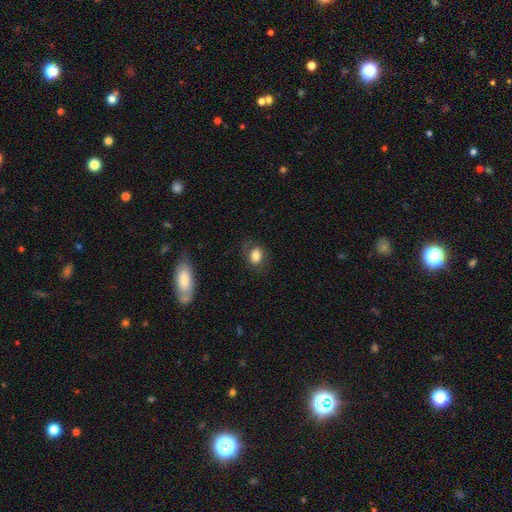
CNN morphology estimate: Overall: smooth (79%). How rounded: in between (59%; round 39%). Merging: none (73%).